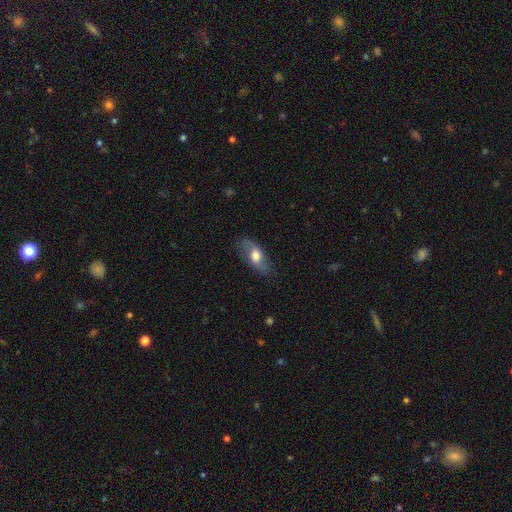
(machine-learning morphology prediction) A smooth galaxy with no disk features (56%) that is in between round and cigar-shaped (83%). Merging: none (74%).